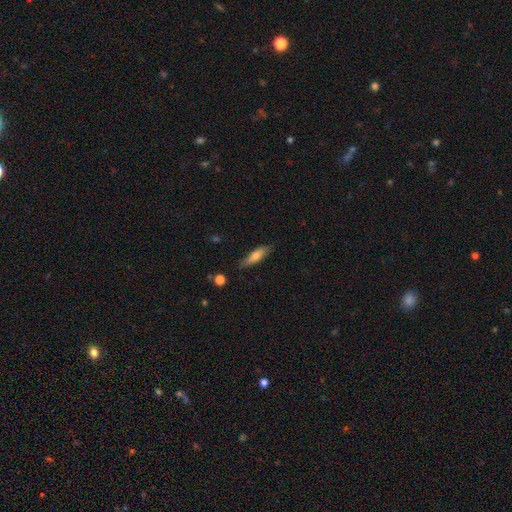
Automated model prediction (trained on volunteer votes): smooth 68%, featured or disk 26%, star or artifact 6%. Down the decision tree: how rounded — cigar-shaped (70%); merging — none (83%).